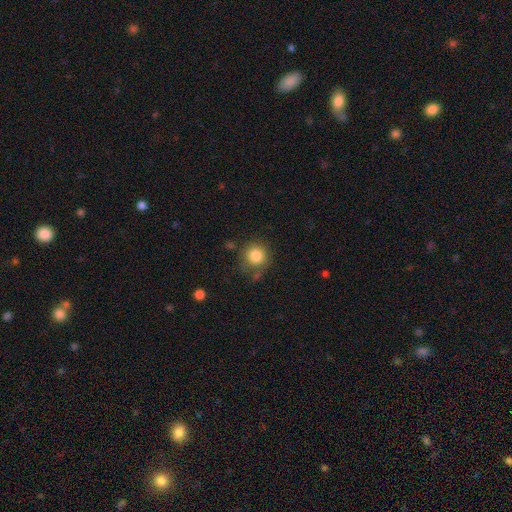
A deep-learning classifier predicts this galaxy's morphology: This is clearly a smooth galaxy (84%). How rounded: clearly round (91%). Merging: likely none (69%).